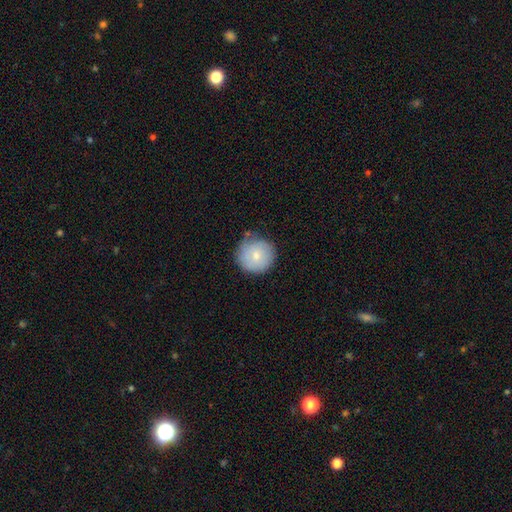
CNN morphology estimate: Smooth or featured?
  - smooth: 71% *
  - featured or disk: 23%
  - star or artifact: 6%
How rounded?
  - round: 94% *
  - in between: 5%
  - cigar-shaped: 1%
Merging?
  - none: 71% *
  - minor disturbance: 22%
  - major disturbance: 5%
  - merger: 3%